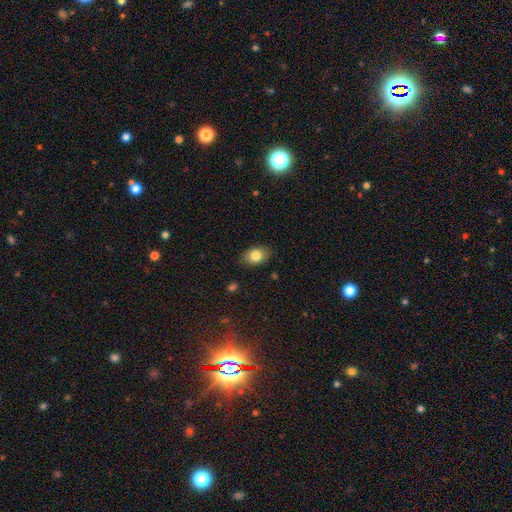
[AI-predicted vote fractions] Morphology: type=smooth (83%); roundness=in between (76%); merging=none (85%).